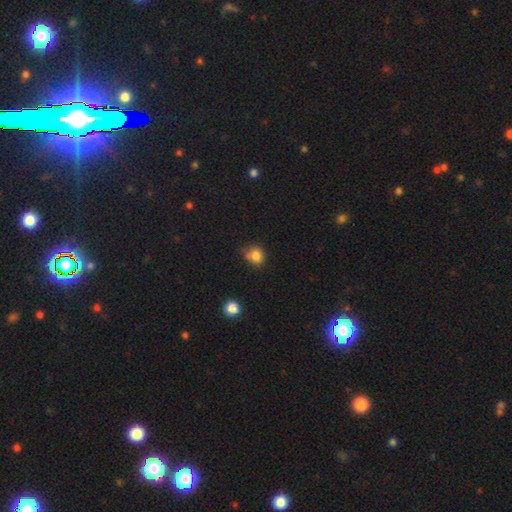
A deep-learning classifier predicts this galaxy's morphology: A smooth galaxy with no disk features (83%) that is round (75%). Merging: none (61%).